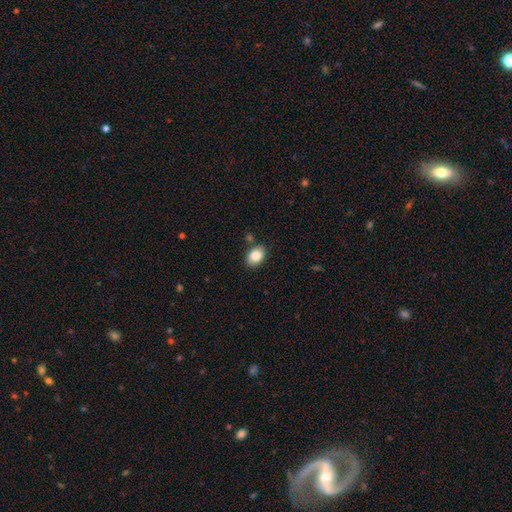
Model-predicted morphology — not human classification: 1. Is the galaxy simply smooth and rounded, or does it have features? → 87% smooth, 8% star or artifact, 5% featured or disk.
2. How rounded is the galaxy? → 77% in between, 22% round, 1% cigar-shaped.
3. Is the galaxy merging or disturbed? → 81% none, 12% minor disturbance, 5% merger, 3% major disturbance.